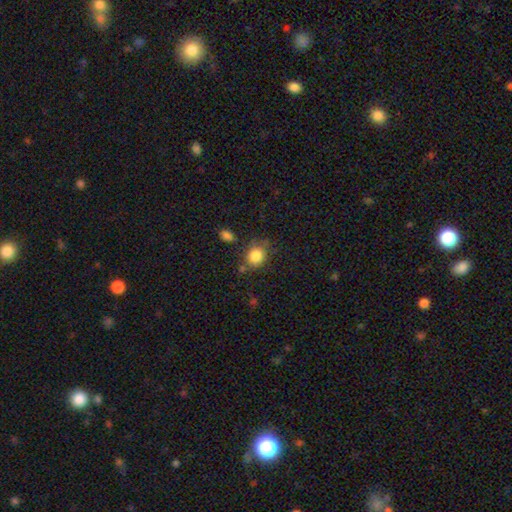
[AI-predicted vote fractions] smooth_or_featured: smooth (p=0.84) [alt: star or artifact p=0.09]
how_rounded: round (p=0.65) [alt: in between p=0.34]
merging: none (p=0.66) [alt: minor disturbance p=0.20]